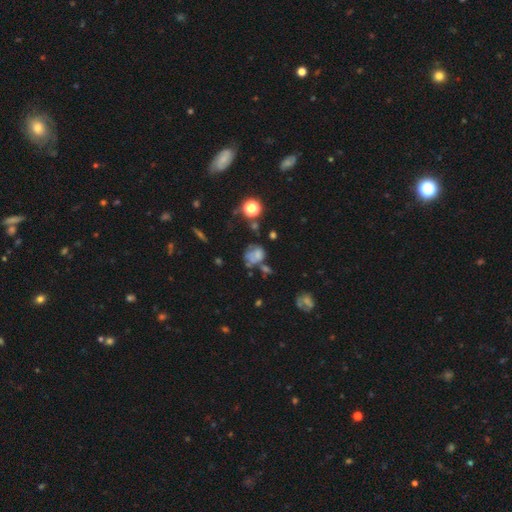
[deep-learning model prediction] This appears to be a smooth galaxy with no disk features (54%) that is round (50%). Merging: none (30%).